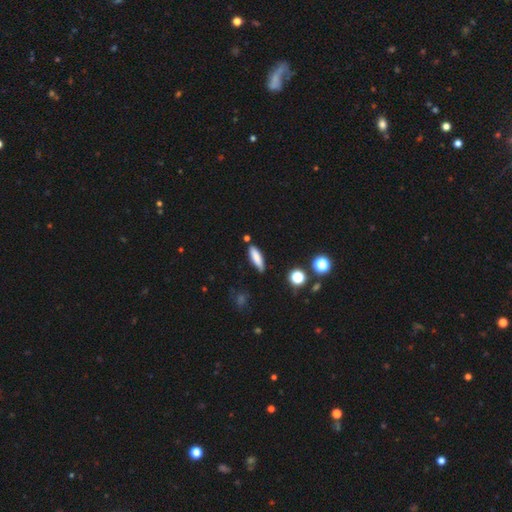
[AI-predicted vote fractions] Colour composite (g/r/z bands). It shows a smooth galaxy with no disk features (81%) that is cigar-shaped (58%). Merging: none (77%).